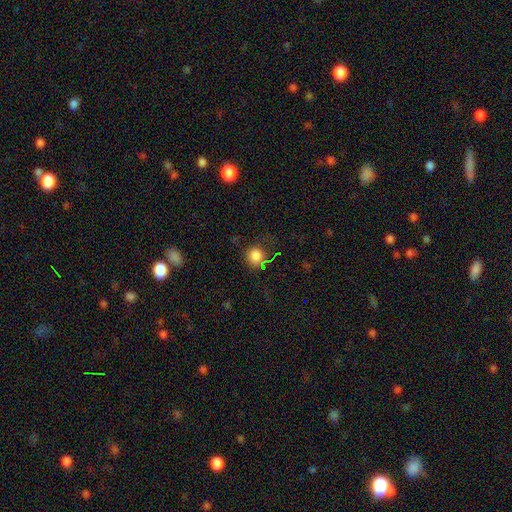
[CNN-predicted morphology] A smooth galaxy with no disk features (82%) that is round (89%).

Vote fractions:
- Smooth or featured? smooth: 82% / star or artifact: 13% / featured or disk: 5%
- How rounded? round: 89% / in between: 10% / cigar-shaped: 1%
- Merging? none: 72% / minor disturbance: 17% / major disturbance: 7% / merger: 4%